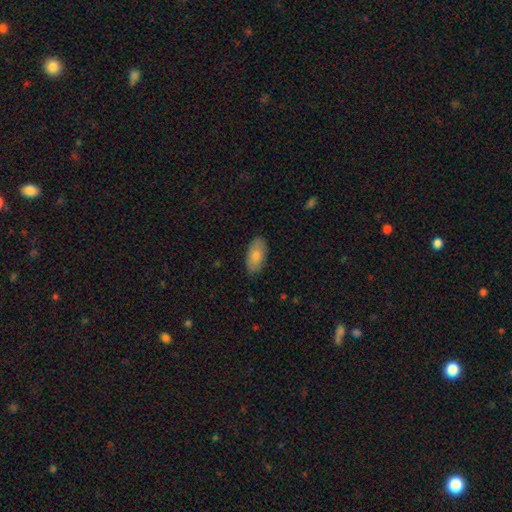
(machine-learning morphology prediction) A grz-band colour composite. It shows a smooth galaxy with no disk features (82%) that is in between round and cigar-shaped (93%). Merging: none (84%).